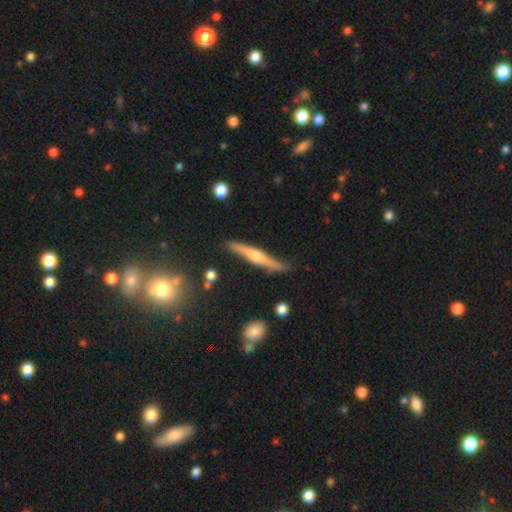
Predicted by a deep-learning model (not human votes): Q: Smooth or featured?
A: featured or disk (66%); runner-up: smooth (28%)
Q: Edge-on disk?
A: yes (96%); runner-up: no (4%)
Q: Edge-on bulge?
A: rounded (79%); runner-up: boxy (11%)
Q: Merging?
A: none (85%); runner-up: minor disturbance (11%)